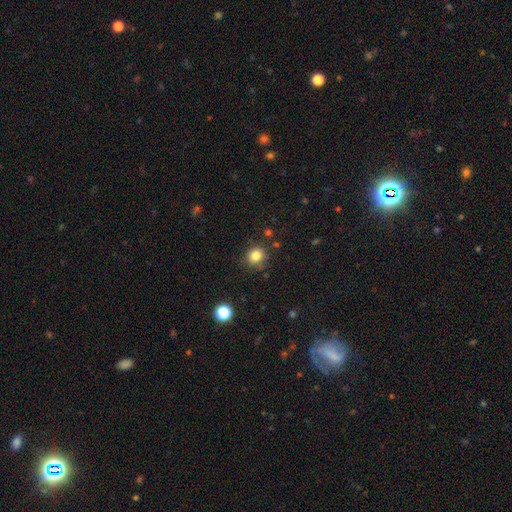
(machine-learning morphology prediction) Smooth or featured? smooth (82%)
How rounded? round (82%)
Merging? none (83%)